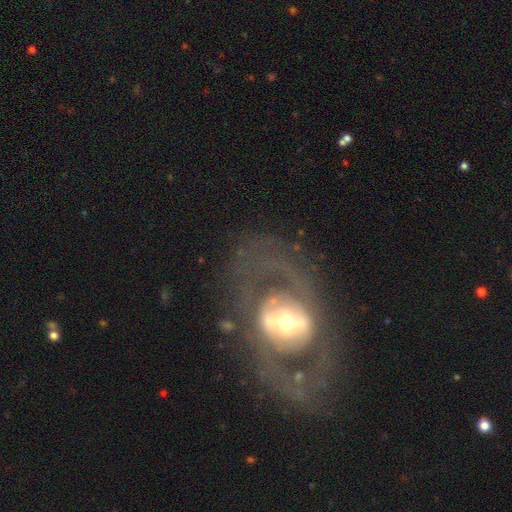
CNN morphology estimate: This appears to be a featured or disk galaxy (80%) with no bar (36%), spiral arms (64%) and a moderate central bulge (57%). Merging: none (69%).